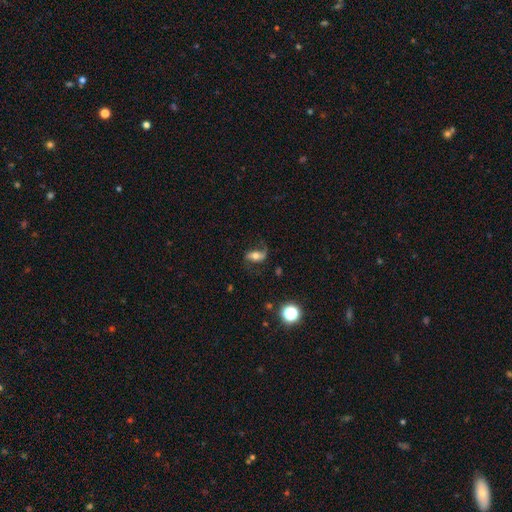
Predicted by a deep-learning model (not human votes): Overall: featured or disk (60%; smooth 29%). Edge-on disk: no (89%). Bar: no (45%; weak 27%). Spiral arms: yes (86%). Bulge size: moderate (64%). Merging: none (64%).